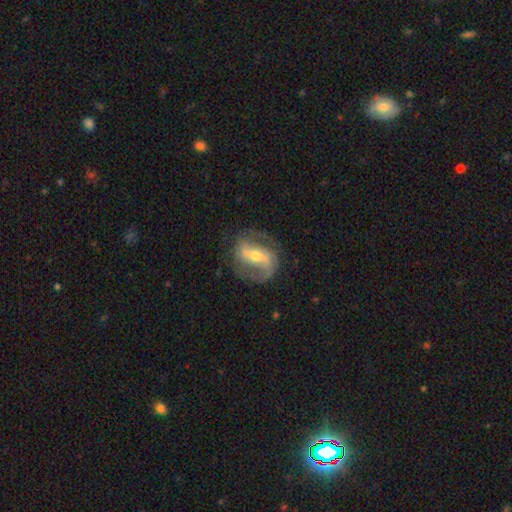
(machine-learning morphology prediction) Smooth or featured? featured or disk (84%)
Edge-on disk? no (96%)
Bar? strong (50%)
Spiral arms? yes (92%)
Spiral winding? medium (47%)
Spiral arm count? 2 (86%)
Bulge size? moderate (59%)
Merging? none (74%)